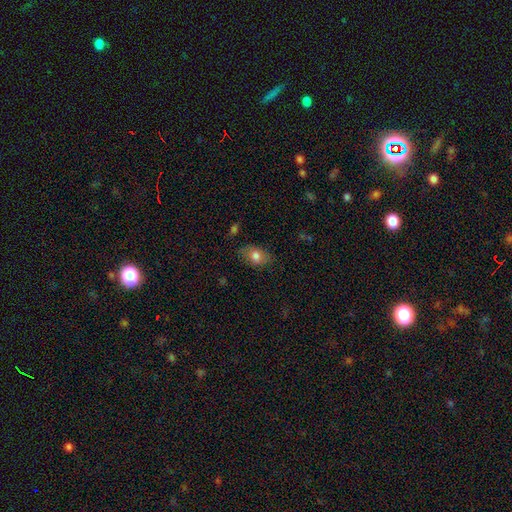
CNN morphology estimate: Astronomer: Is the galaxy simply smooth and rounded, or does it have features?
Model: smooth — 78%.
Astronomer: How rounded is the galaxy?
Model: in between — 85%.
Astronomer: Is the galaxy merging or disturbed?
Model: none — 78%.